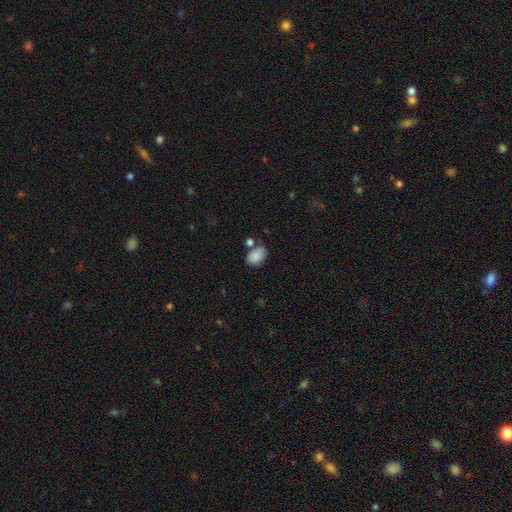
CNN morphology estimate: smooth-or-featured: smooth: 86% | star or artifact: 8% | featured or disk: 6%
  how-rounded: in between: 84% | round: 15% | cigar-shaped: 1%
  merging: none: 60% | minor disturbance: 18% | merger: 17% | major disturbance: 5%